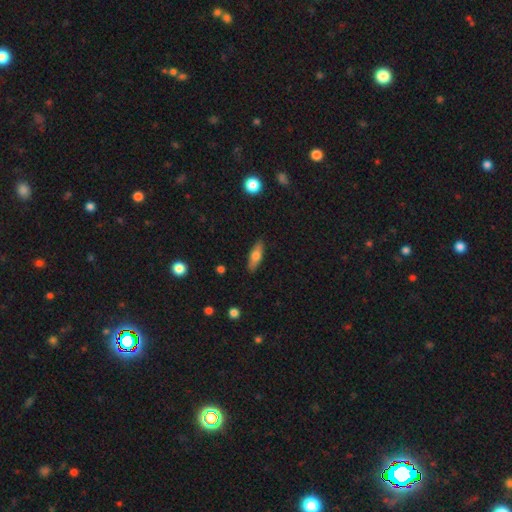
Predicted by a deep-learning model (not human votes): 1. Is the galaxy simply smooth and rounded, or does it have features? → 64% smooth, 29% featured or disk, 7% star or artifact.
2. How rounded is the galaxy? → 52% in between, 45% cigar-shaped, 3% round.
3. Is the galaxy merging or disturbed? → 88% none, 9% minor disturbance, 2% major disturbance, 1% merger.